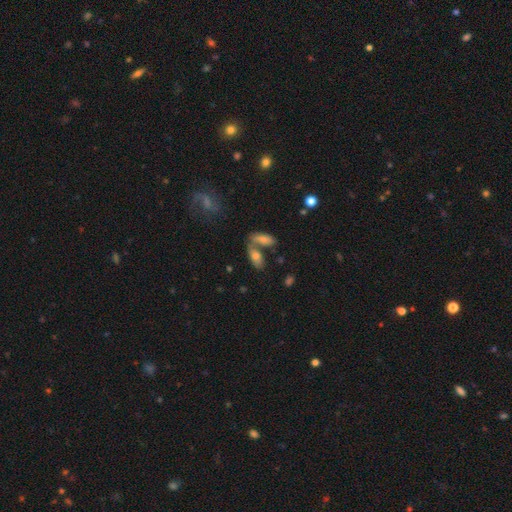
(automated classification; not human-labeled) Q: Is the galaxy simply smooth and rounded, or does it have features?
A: smooth — 49%.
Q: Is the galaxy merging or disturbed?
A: none — 42%.